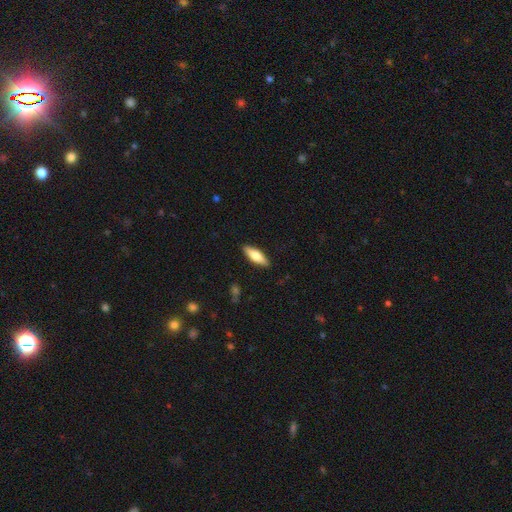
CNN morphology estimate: Smooth or featured?
  - smooth: 64% *
  - featured or disk: 31%
  - star or artifact: 6%
How rounded?
  - in between: 51% *
  - cigar-shaped: 47%
  - round: 2%
Merging?
  - none: 89% *
  - minor disturbance: 8%
  - major disturbance: 2%
  - merger: 1%